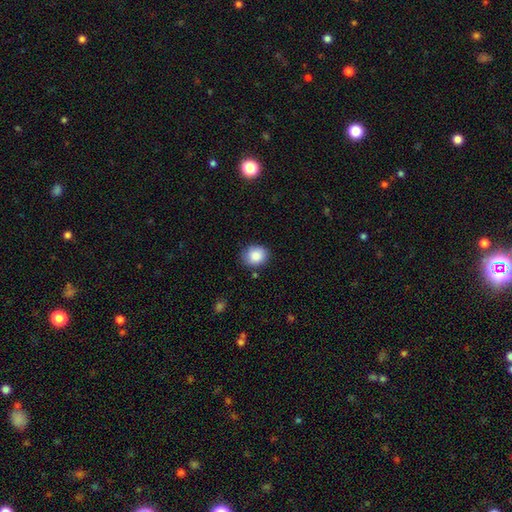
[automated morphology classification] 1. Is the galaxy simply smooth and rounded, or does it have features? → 86% smooth, 8% star or artifact, 6% featured or disk.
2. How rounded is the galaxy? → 67% round, 32% in between, 1% cigar-shaped.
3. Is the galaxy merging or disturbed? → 83% none, 13% minor disturbance, 3% major disturbance, 2% merger.